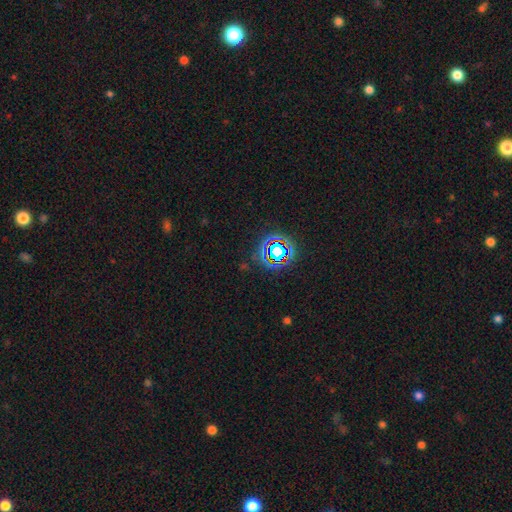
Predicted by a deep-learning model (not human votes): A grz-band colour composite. It shows a star or artifact, not a galaxy (75%).